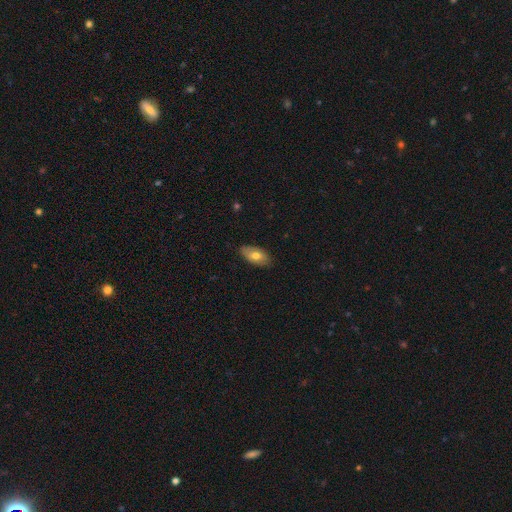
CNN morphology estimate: The model was most divided on "smooth or featured": smooth: 67%, featured or disk: 27%, star or artifact: 7%. More confident: how rounded — in between (92%); merging — none (82%).